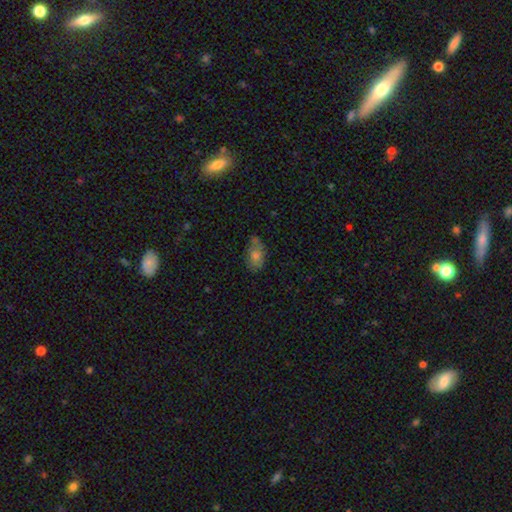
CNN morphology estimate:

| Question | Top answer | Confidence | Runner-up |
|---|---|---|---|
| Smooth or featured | smooth | 71% | featured or disk (18%) |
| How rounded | in between | 88% | round (8%) |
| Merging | none | 59% | minor disturbance (27%) |